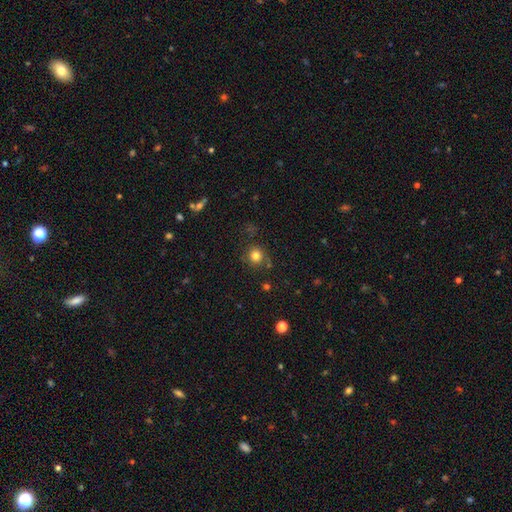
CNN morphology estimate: type=smooth (80%); roundness=round (90%); merging=none (78%).